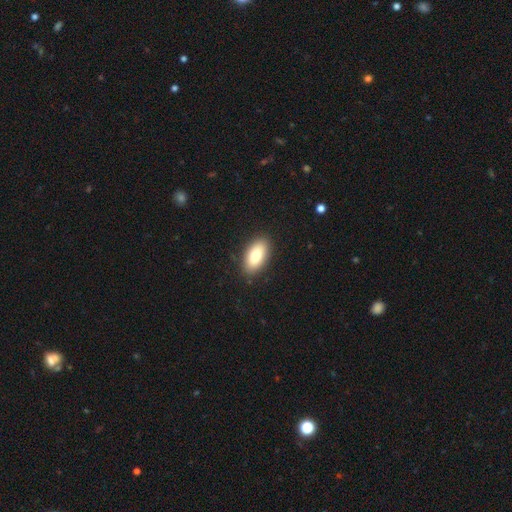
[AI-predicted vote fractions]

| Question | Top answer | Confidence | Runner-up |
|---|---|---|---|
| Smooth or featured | smooth | 79% | featured or disk (14%) |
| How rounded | in between | 92% | cigar-shaped (4%) |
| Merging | none | 88% | minor disturbance (9%) |